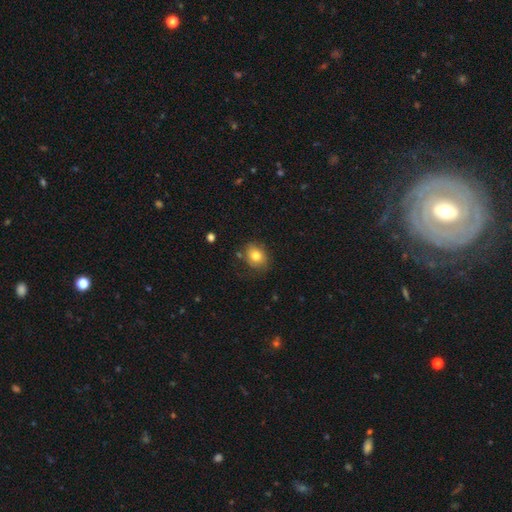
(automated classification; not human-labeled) Overall: smooth (78%). How rounded: round (50%; in between 49%). Merging: none (74%).